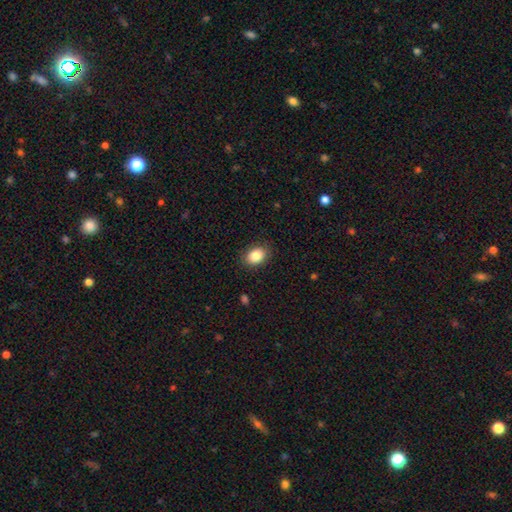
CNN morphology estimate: Smooth or featured? Predicted: smooth (p=0.85). How rounded? Predicted: in between (p=0.68). Merging? Predicted: none (p=0.86).